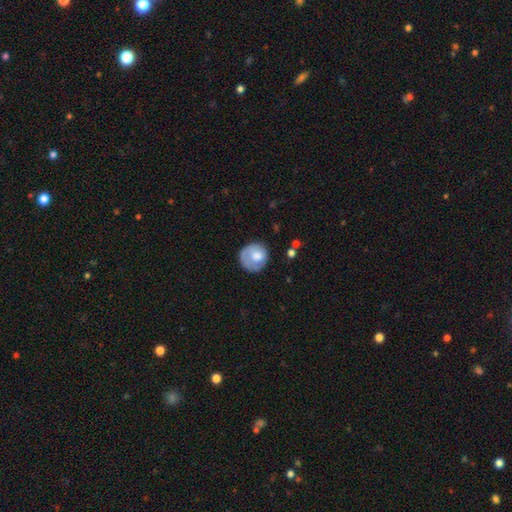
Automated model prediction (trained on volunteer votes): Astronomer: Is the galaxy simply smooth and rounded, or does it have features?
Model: smooth — 65%.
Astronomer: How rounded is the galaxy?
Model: round — 88%.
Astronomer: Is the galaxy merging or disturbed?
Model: none — 62%.